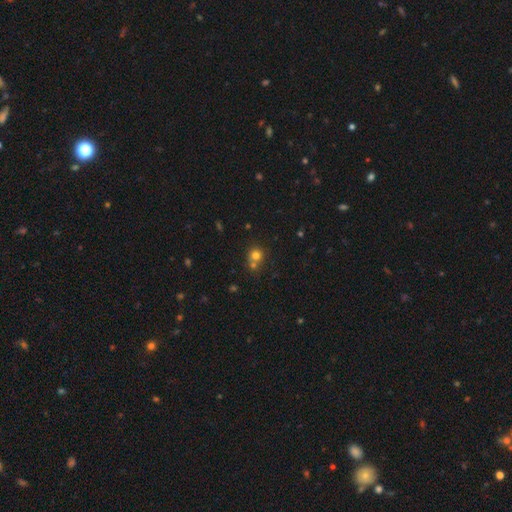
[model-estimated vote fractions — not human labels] The model was most divided on "merging": none: 51%, merger: 39%, minor disturbance: 8%, major disturbance: 3%. More confident: how rounded — round (87%); smooth or featured — smooth (74%).